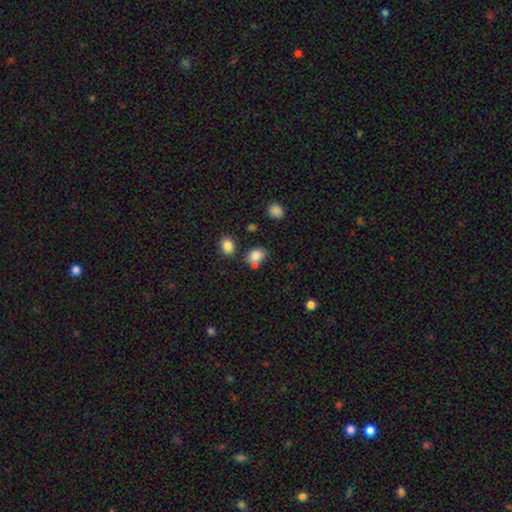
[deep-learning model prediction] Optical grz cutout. It shows a smooth galaxy with no disk features (83%) that is in between round and cigar-shaped (61%). Merging: none (62%).